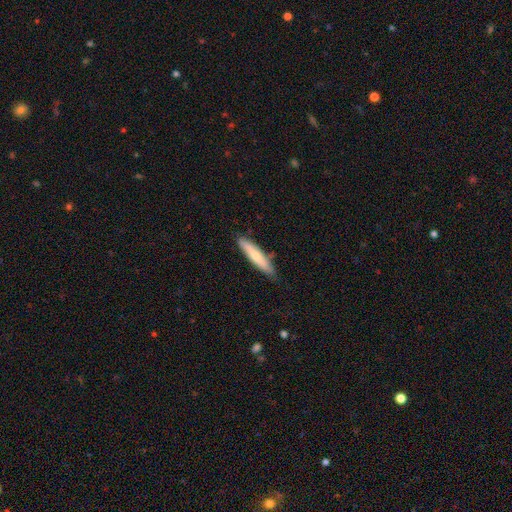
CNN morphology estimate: Smooth or featured? smooth (68%)
How rounded? cigar-shaped (87%)
Merging? none (82%)